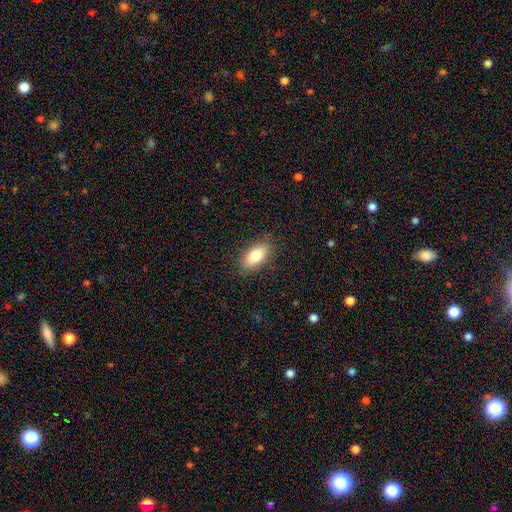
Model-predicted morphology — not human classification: Smooth or featured: smooth — 82% (featured or disk — 11%)
How rounded: in between — 91% (cigar-shaped — 6%)
Merging: none — 86% (minor disturbance — 10%)